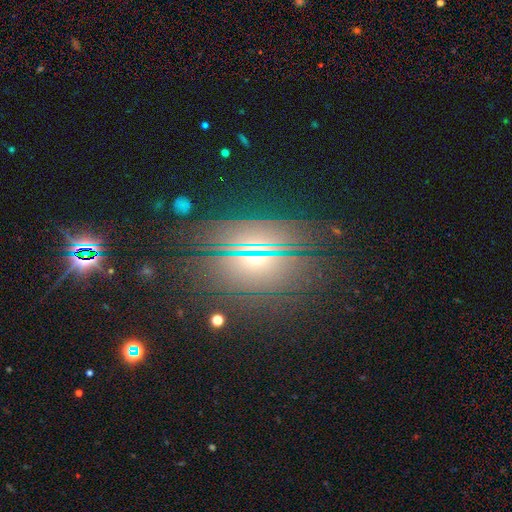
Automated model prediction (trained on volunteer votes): smooth_or_featured: star or artifact (p=0.56) [alt: smooth p=0.29]